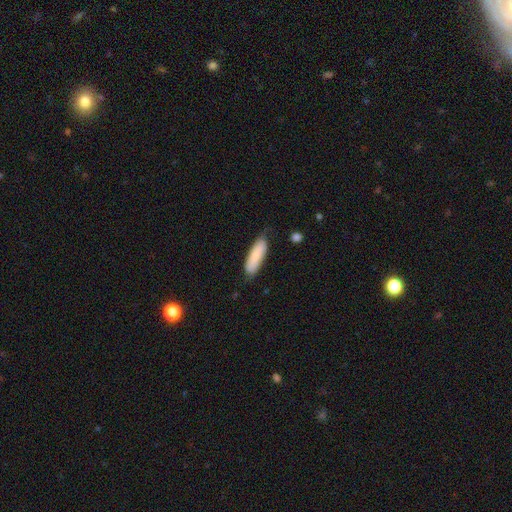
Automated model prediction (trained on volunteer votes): This is clearly a smooth galaxy (80%). How rounded: possibly cigar-shaped (50%). Merging: likely none (73%).